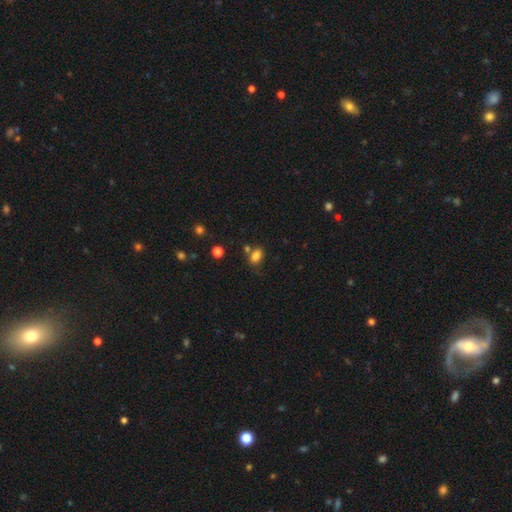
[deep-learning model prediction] smooth 82%, star or artifact 12%, featured or disk 6%. Down the decision tree: how rounded — in between (81%); merging — none (60%).